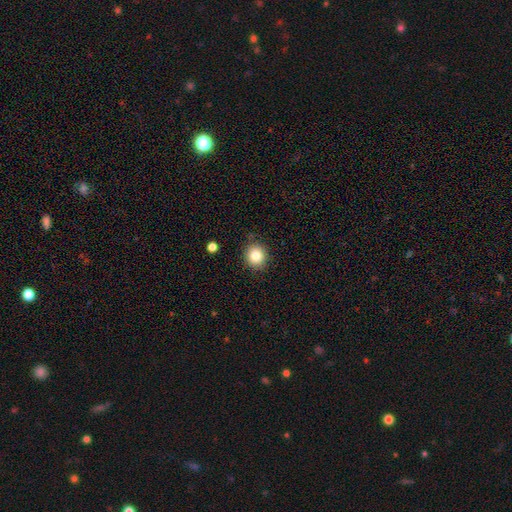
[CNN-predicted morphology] Smooth or featured: smooth — 82% (star or artifact — 11%)
How rounded: round — 86% (in between — 13%)
Merging: none — 87% (minor disturbance — 9%)